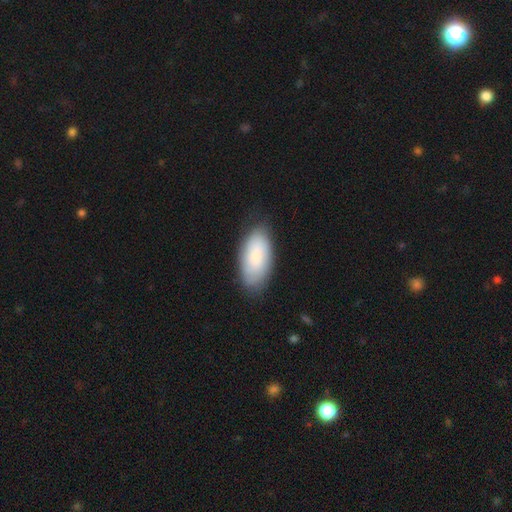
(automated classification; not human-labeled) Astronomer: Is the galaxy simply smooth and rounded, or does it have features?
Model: smooth — 80%.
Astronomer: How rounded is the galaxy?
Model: in between — 93%.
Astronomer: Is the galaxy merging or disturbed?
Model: none — 77%.